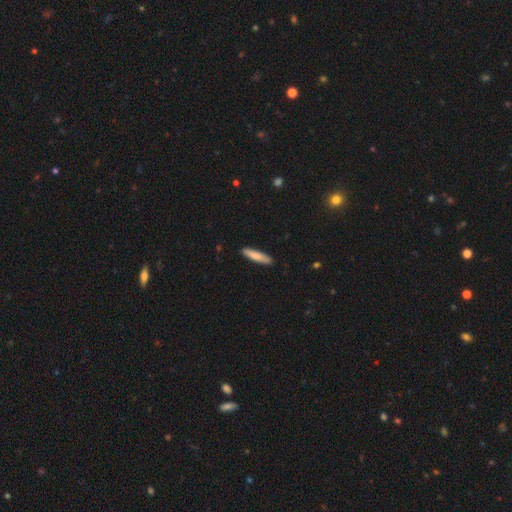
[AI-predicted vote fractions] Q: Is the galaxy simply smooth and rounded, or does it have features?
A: smooth — 80%.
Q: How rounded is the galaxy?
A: cigar-shaped — 86%.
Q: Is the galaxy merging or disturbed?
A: none — 90%.